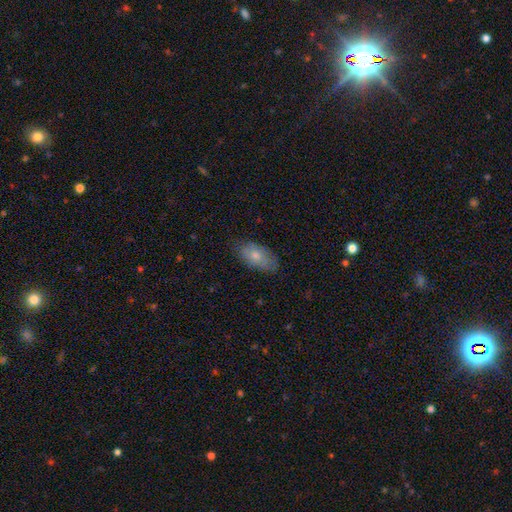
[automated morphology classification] The model was most divided on "smooth or featured": smooth: 73%, featured or disk: 21%, star or artifact: 7%. More confident: how rounded — in between (92%); merging — none (75%).